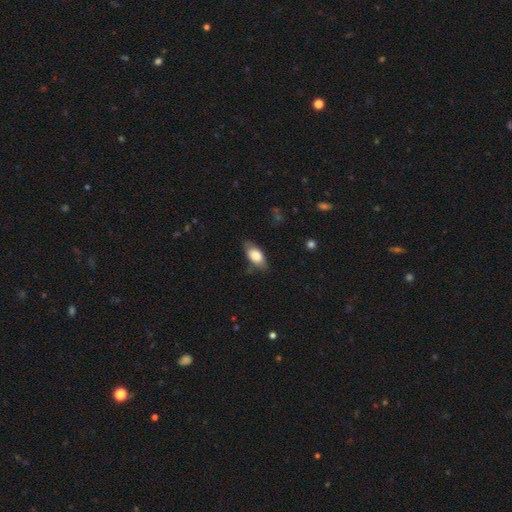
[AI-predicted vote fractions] This is likely a smooth galaxy (78%). How rounded: clearly in between (89%). Merging: likely none (74%).